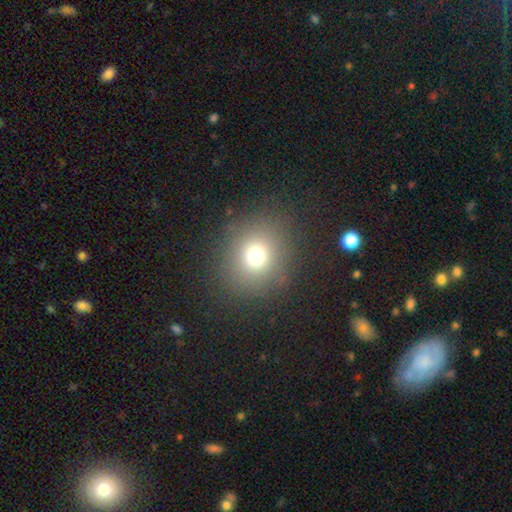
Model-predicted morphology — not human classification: Smooth or featured? Predicted: smooth (p=0.72). How rounded? Predicted: round (p=0.78). Merging? Predicted: none (p=0.85).